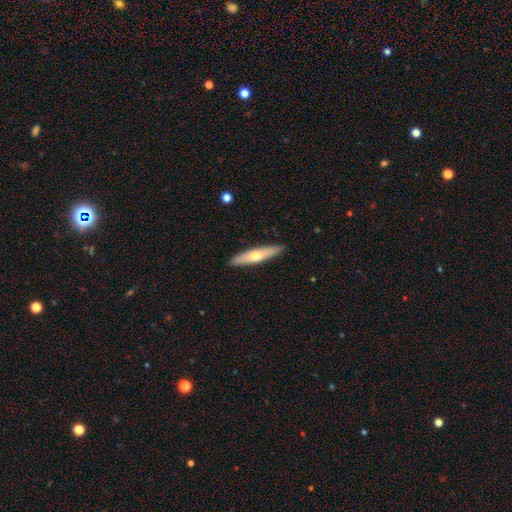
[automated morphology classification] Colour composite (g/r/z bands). It shows a smooth galaxy with no disk features (51%) that is cigar-shaped (83%). Merging: none (90%).